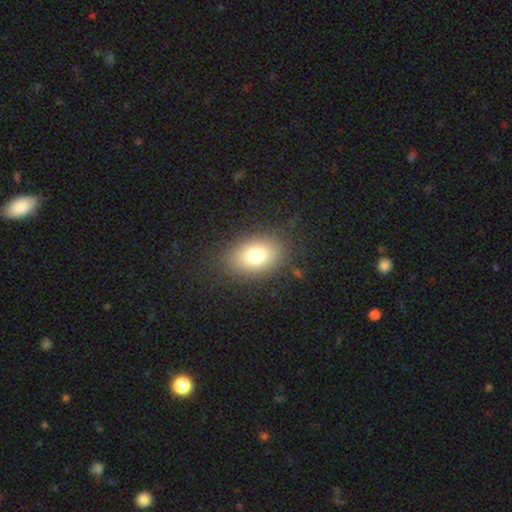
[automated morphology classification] smooth-or-featured: smooth: 76% | featured or disk: 12% | star or artifact: 12%
  how-rounded: in between: 78% | round: 21% | cigar-shaped: 1%
  merging: none: 84% | minor disturbance: 10% | major disturbance: 5% | merger: 1%